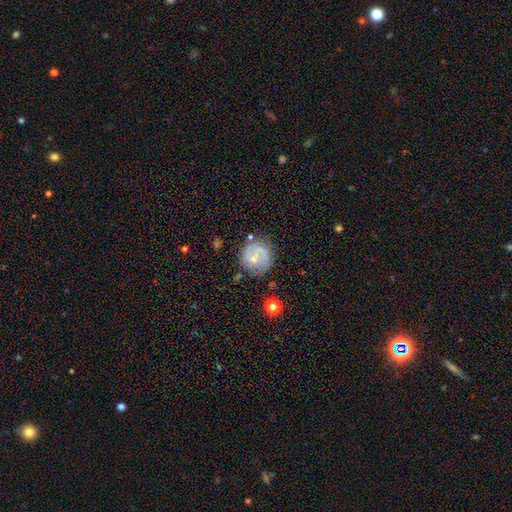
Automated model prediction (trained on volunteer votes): This is likely a featured or disk galaxy (62%). It is clearly not viewed edge-on (98%). Bar: possibly no (48%). Spiral arm pattern: clearly yes (83%). Spiral arm count: likely 2 (69%). Spiral winding: marginally medium (43%). Central bulge: likely small (65%). Merging: likely none (72%).